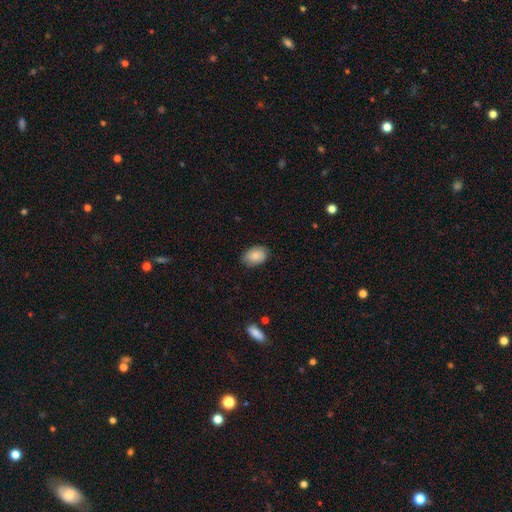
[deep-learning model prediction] The model was most divided on "merging": none: 79%, minor disturbance: 17%, major disturbance: 3%, merger: 1%. More confident: smooth or featured — smooth (85%); how rounded — in between (82%).